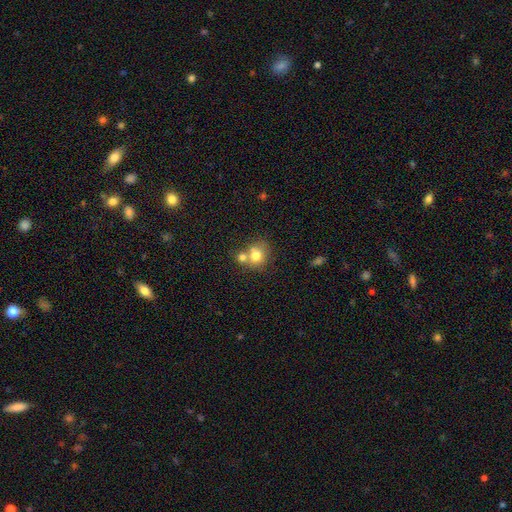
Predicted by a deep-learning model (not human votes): This appears to be a smooth galaxy with no disk features (73%) that is round (76%). Merging: merger (45%).